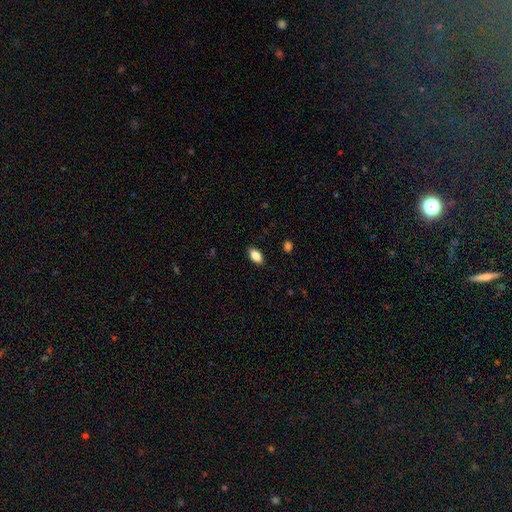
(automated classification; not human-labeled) This appears to be a smooth galaxy with no disk features (86%) that is in between round and cigar-shaped (91%). Merging: none (88%).